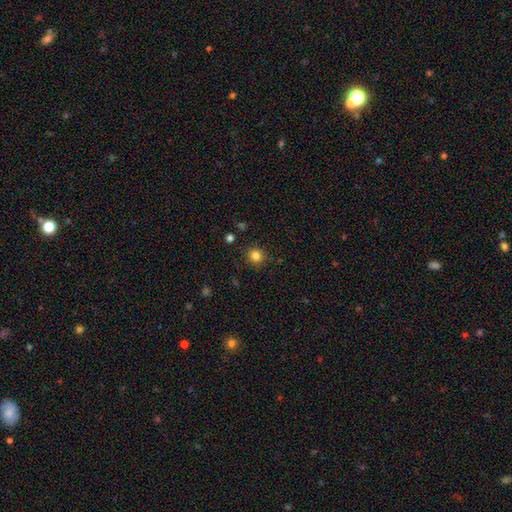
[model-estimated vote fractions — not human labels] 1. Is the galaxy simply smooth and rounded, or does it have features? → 83% smooth, 13% star or artifact, 5% featured or disk.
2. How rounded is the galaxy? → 91% round, 8% in between, 1% cigar-shaped.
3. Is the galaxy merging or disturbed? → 88% none, 8% minor disturbance, 2% major disturbance, 2% merger.